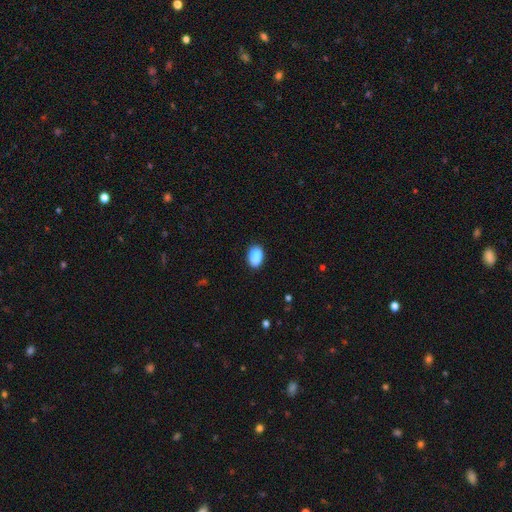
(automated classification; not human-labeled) This appears to be a smooth galaxy with no disk features (86%) that is in between round and cigar-shaped (88%). Merging: none (83%).